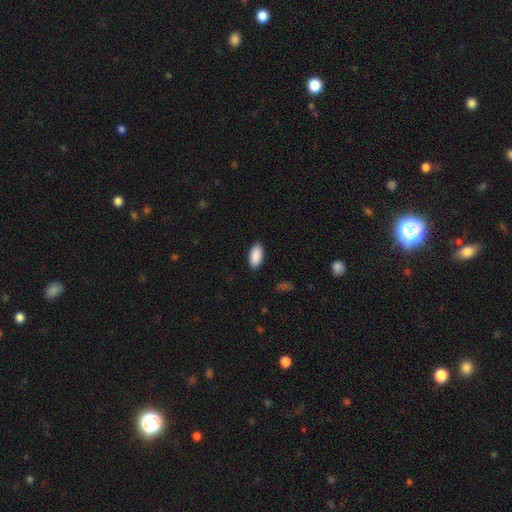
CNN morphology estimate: Overall: smooth (91%). How rounded: in between (93%). Merging: none (90%).